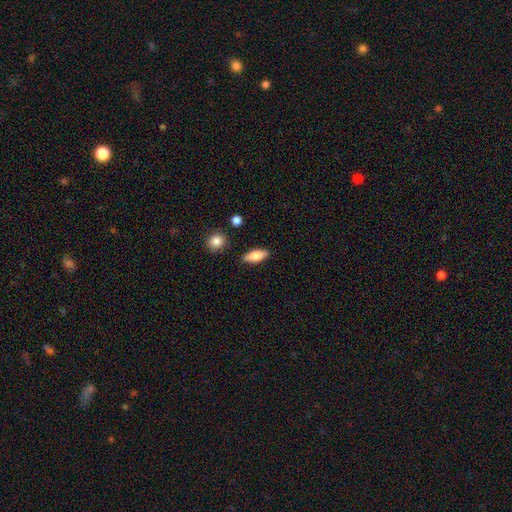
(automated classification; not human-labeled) Smooth or featured? Predicted: smooth (p=0.79). How rounded? Predicted: in between (p=0.70). Merging? Predicted: none (p=0.85).